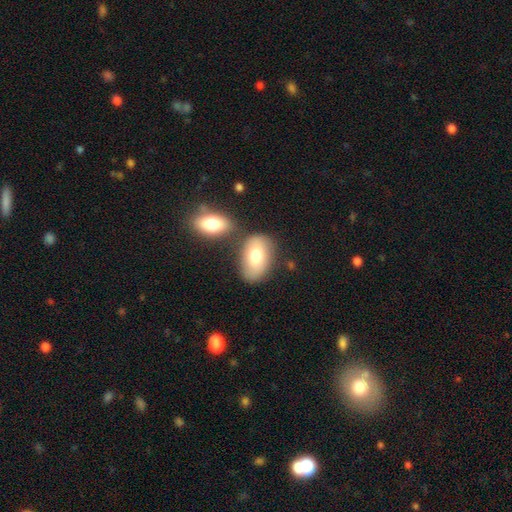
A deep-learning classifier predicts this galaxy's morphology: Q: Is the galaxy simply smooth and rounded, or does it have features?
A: smooth — 73%.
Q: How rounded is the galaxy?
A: in between — 90%.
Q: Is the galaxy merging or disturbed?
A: none — 63%.